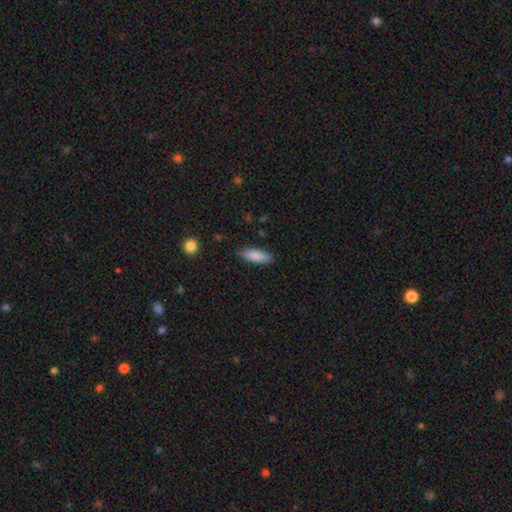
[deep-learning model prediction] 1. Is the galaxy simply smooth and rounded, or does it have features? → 85% smooth, 9% featured or disk, 6% star or artifact.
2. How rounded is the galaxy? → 61% in between, 37% cigar-shaped, 2% round.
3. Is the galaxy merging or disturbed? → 84% none, 12% minor disturbance, 2% major disturbance, 1% merger.